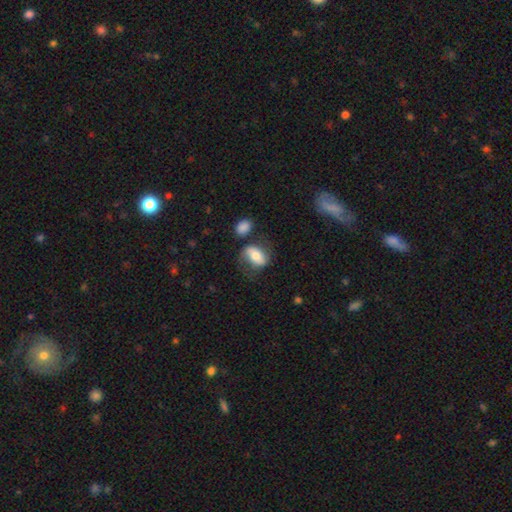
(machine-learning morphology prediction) smooth 55%, featured or disk 37%, star or artifact 7%. Down the decision tree: how rounded — in between (82%); merging — none (52%).